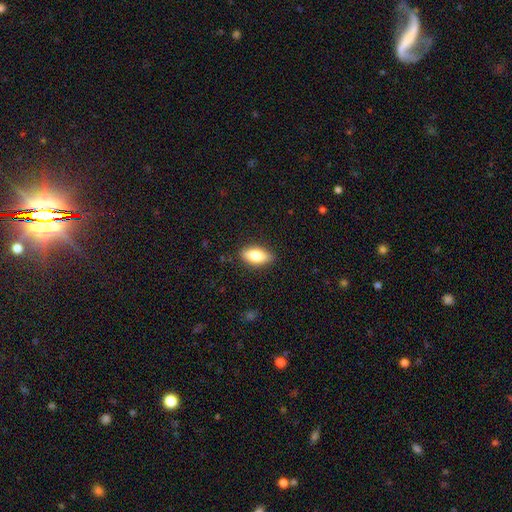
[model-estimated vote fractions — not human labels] This appears to be a smooth galaxy with no disk features (77%) that is in between round and cigar-shaped (86%). Merging: none (85%).